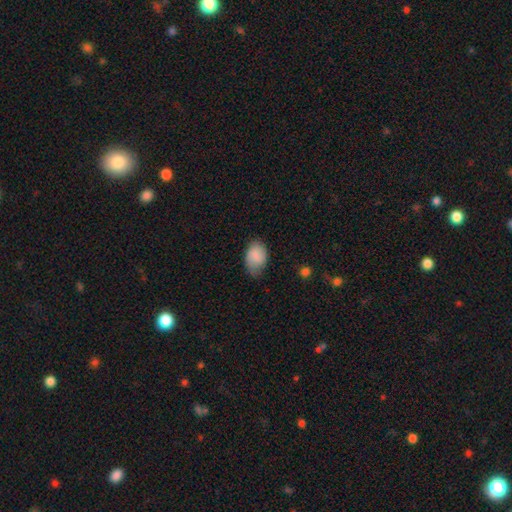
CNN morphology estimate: smooth_or_featured: smooth (p=0.82) [alt: featured or disk p=0.11]
how_rounded: in between (p=0.84) [alt: round p=0.15]
merging: none (p=0.56) [alt: minor disturbance p=0.34]